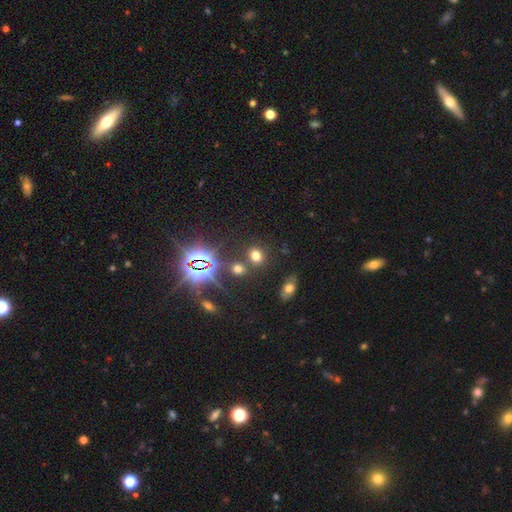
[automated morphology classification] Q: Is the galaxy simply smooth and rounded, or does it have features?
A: smooth — 62%.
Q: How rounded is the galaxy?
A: round — 62%.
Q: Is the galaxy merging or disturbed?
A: none — 76%.